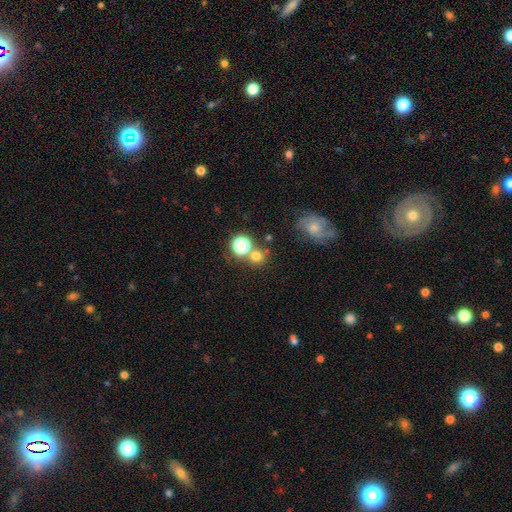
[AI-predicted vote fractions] This is likely a smooth galaxy (71%). How rounded: clearly round (88%). Merging: likely none (64%).